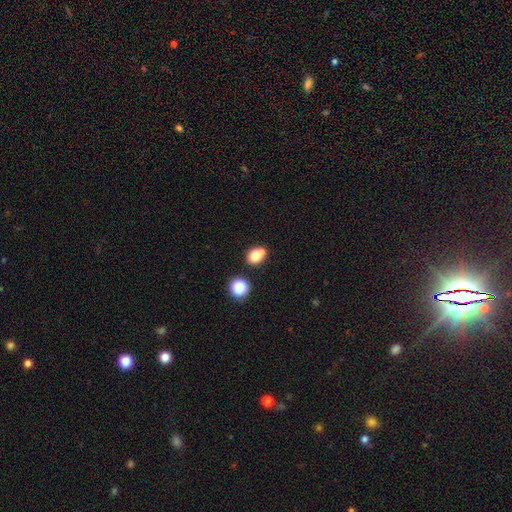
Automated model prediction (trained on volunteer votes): Morphology: type=smooth (78%); roundness=round (50%); merging=none (56%).